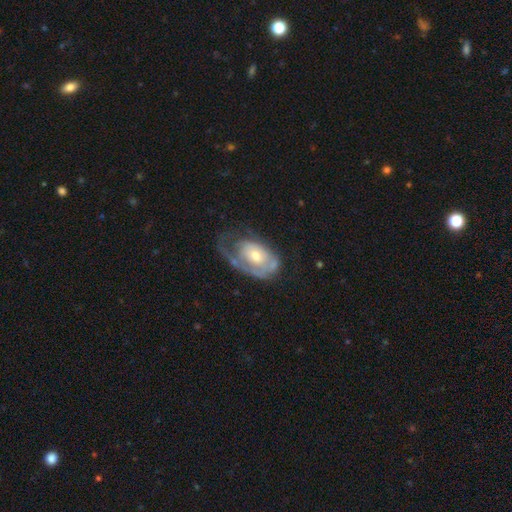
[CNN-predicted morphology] Smooth or featured?
  - featured or disk: 68% *
  - smooth: 26%
  - star or artifact: 6%
Edge-on disk?
  - no: 94% *
  - yes: 6%
Bar?
  - no: 81% *
  - weak: 16%
  - strong: 3%
Spiral arms?
  - yes: 64% *
  - no: 36%
Bulge size?
  - moderate: 55% *
  - small: 35%
  - large: 6%
  - none: 2%
  - dominant: 1%
Merging?
  - major disturbance: 37% *
  - none: 35%
  - minor disturbance: 25%
  - merger: 4%